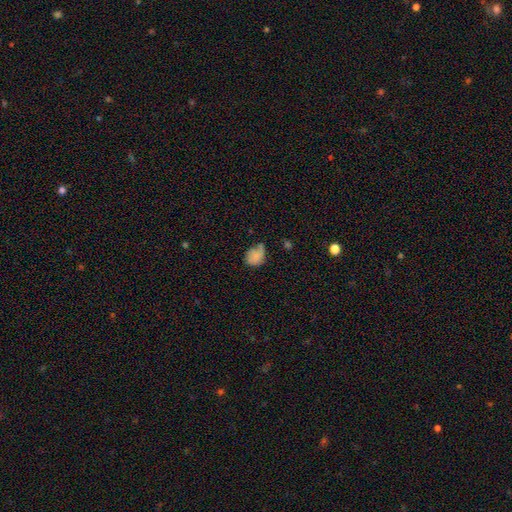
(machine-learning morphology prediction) This appears to be a smooth galaxy with no disk features (72%) that is in between round and cigar-shaped (51%). Merging: none (40%).